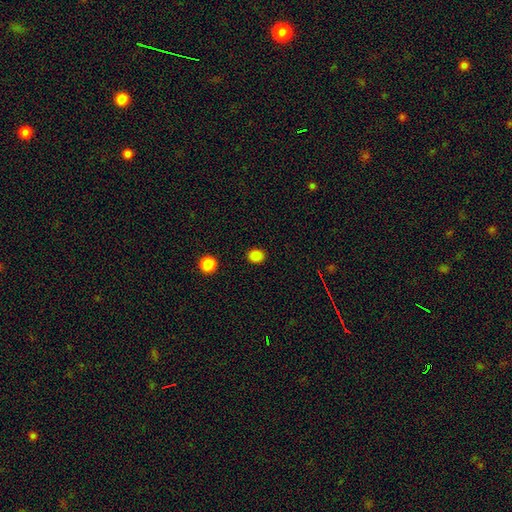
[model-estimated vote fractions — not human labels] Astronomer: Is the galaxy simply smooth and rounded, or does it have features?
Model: smooth — 85%.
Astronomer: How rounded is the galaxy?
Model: round — 71%.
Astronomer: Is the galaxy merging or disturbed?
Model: none — 90%.